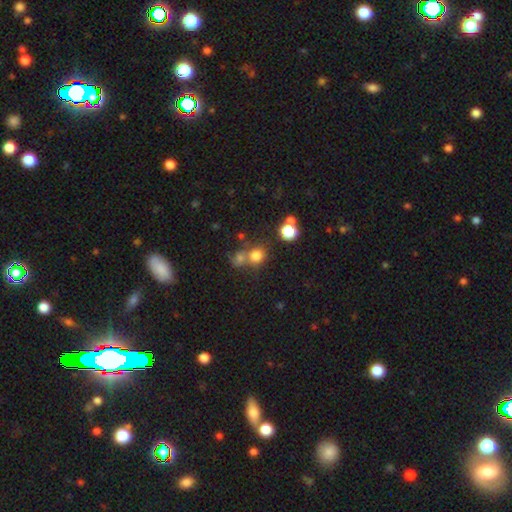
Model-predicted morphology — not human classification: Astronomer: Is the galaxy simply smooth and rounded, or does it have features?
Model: smooth — 75%.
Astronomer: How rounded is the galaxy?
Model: round — 79%.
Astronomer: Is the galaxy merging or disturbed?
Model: none — 53% (runner-up: merger, 31%).